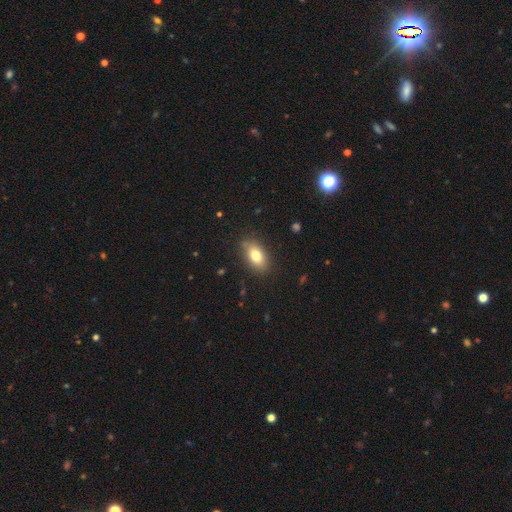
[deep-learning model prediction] This appears to be a smooth galaxy with no disk features (78%) that is in between round and cigar-shaped (88%). Merging: none (84%).